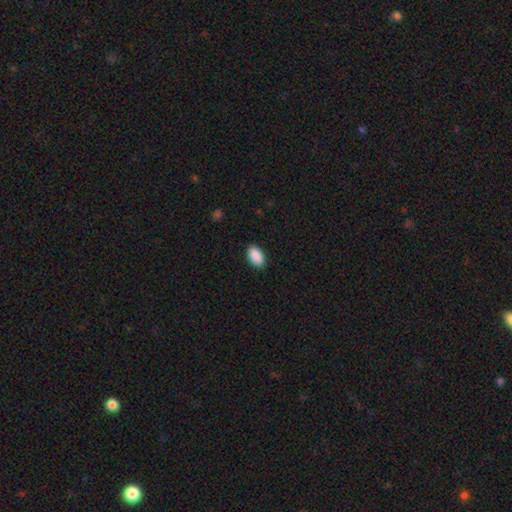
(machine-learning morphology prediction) type=smooth (91%); roundness=in between (94%); merging=none (89%).